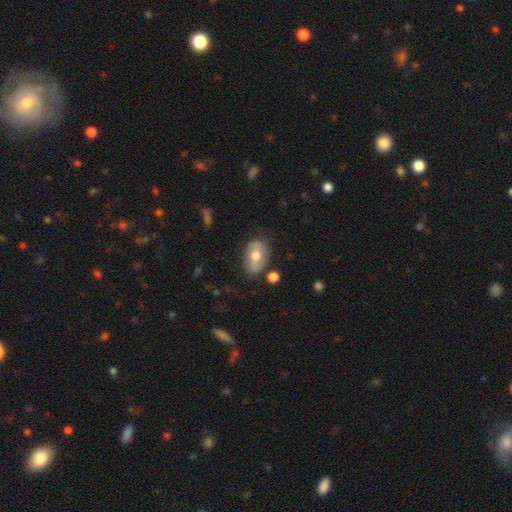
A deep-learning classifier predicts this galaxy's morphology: Smooth or featured: smooth — 49% (featured or disk — 44%)
Merging: none — 72% (minor disturbance — 19%)